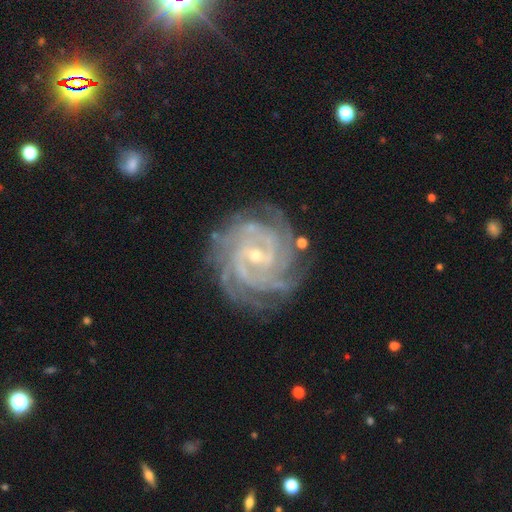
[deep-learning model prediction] Overall: featured or disk (91%). Edge-on disk: no (98%). Bar: no (44%; weak 41%). Spiral arms: yes (98%). Spiral arm count: 4 (31%; 3 19%). Spiral winding: tight (77%). Bulge size: small (74%). Merging: none (80%).